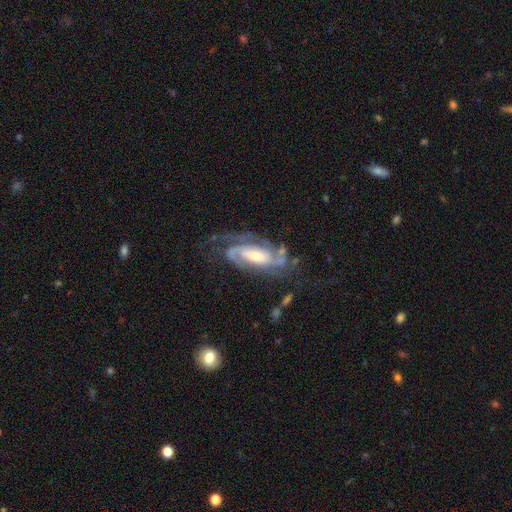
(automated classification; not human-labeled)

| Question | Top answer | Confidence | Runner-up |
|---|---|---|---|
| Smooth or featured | featured or disk | 89% | smooth (6%) |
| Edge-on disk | no | 95% | yes (5%) |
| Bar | weak | 38% | no (37%) |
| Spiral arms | yes | 98% | no (2%) |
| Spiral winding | tight | 48% | medium (42%) |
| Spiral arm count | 2 | 62% | 3 (17%) |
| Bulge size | moderate | 50% | small (25%) |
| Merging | none | 64% | minor disturbance (19%) |